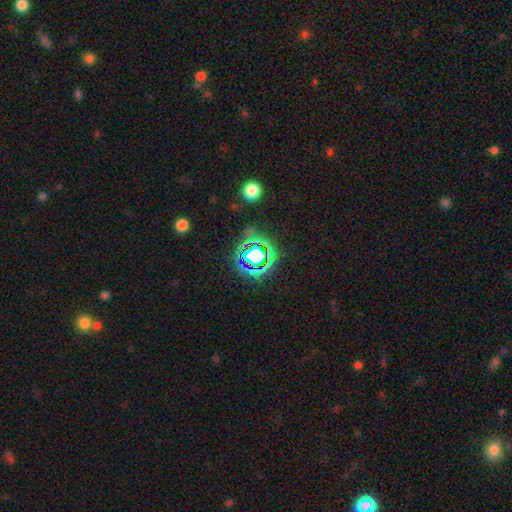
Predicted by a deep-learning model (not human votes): Smooth or featured: star or artifact — 66% (smooth — 21%)